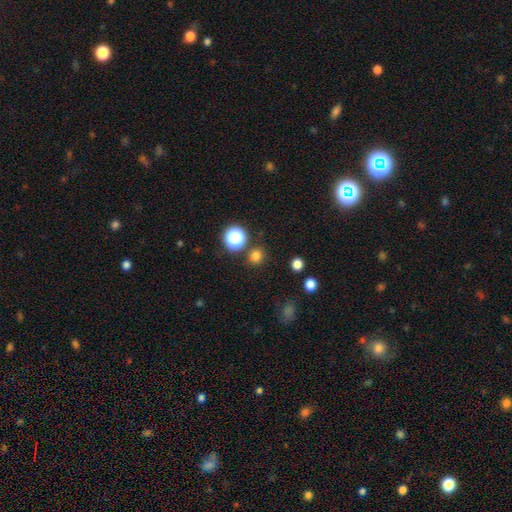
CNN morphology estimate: Q: Smooth or featured?
A: smooth (75%); runner-up: star or artifact (20%)
Q: How rounded?
A: round (87%); runner-up: in between (12%)
Q: Merging?
A: none (82%); runner-up: minor disturbance (8%)